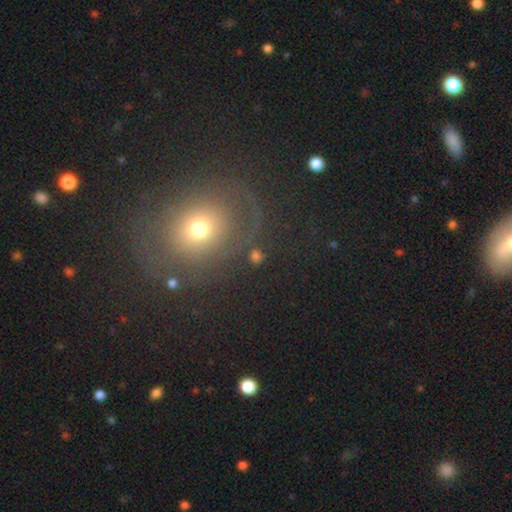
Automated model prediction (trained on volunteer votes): A smooth galaxy with no disk features (50%). Merging: none (75%).